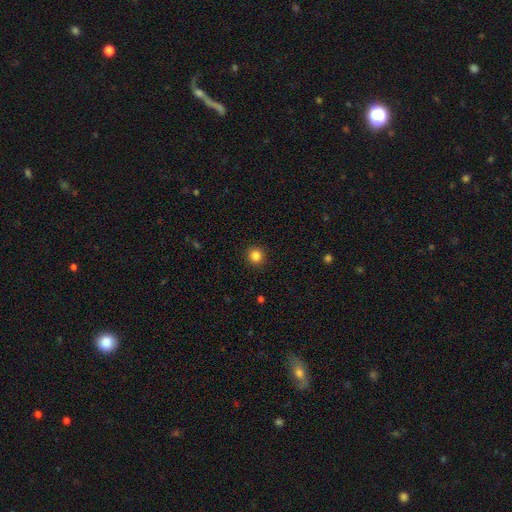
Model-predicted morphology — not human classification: A smooth galaxy with no disk features (84%) that is round (93%). Merging: none (92%).